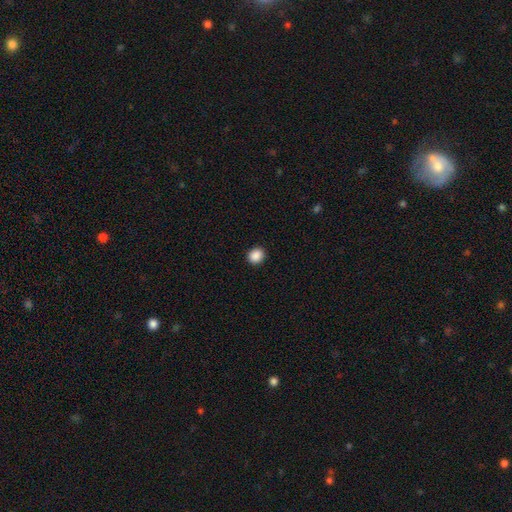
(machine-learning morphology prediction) This is clearly a smooth galaxy (89%). How rounded: likely round (79%). Merging: clearly none (92%).